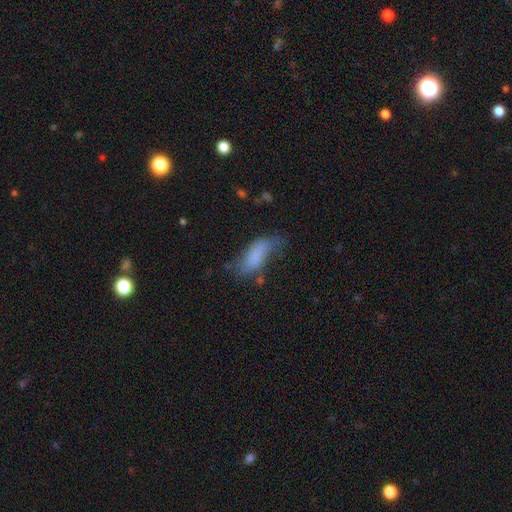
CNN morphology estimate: The model was most divided on "merging": none: 39%, minor disturbance: 31%, major disturbance: 25%, merger: 5%. More confident: how rounded — in between (74%); smooth or featured — smooth (71%).